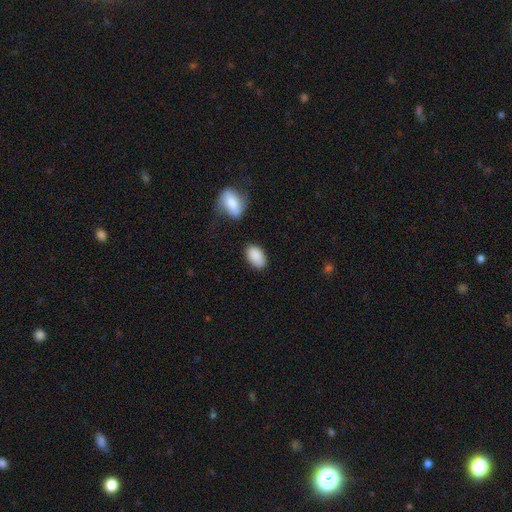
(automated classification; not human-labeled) A smooth galaxy with no disk features (90%) that is in between round and cigar-shaped (94%). Merging: none (79%).